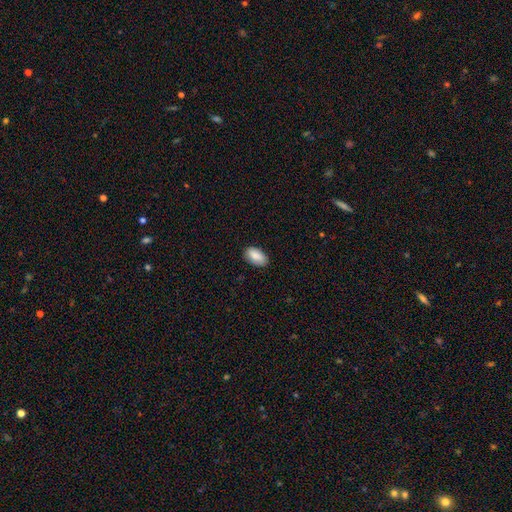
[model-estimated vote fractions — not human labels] Q: Smooth or featured?
A: smooth (88%); runner-up: star or artifact (6%)
Q: How rounded?
A: in between (94%); runner-up: round (4%)
Q: Merging?
A: none (84%); runner-up: minor disturbance (13%)